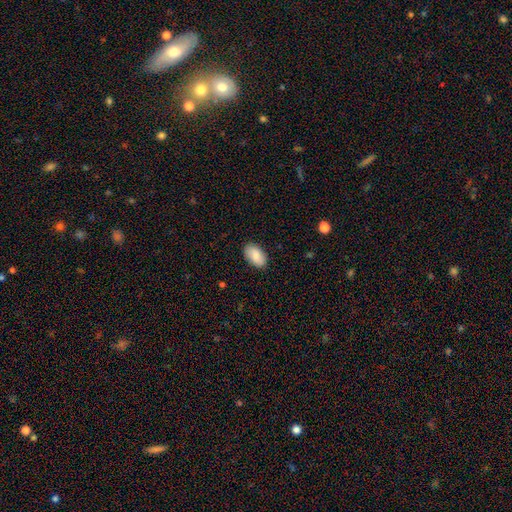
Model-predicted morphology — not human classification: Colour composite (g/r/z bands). It shows a smooth galaxy with no disk features (85%) that is in between round and cigar-shaped (95%). Merging: none (87%).